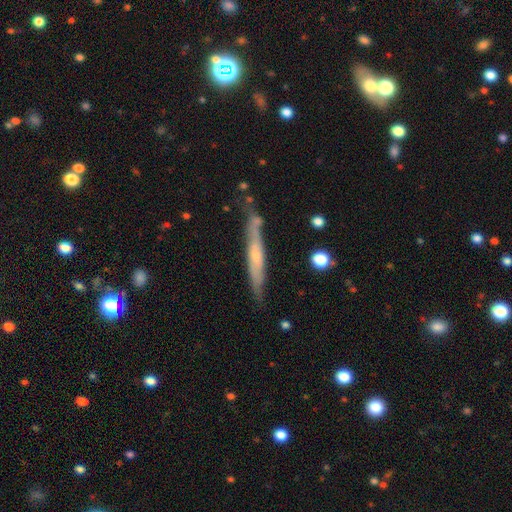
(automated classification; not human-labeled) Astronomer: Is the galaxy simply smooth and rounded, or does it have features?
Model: featured or disk — 58% (runner-up: smooth, 36%).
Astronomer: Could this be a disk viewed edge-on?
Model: yes — 89%.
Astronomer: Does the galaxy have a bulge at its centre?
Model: none — 52% (runner-up: rounded, 42%).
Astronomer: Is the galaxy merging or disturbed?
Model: none — 73%.